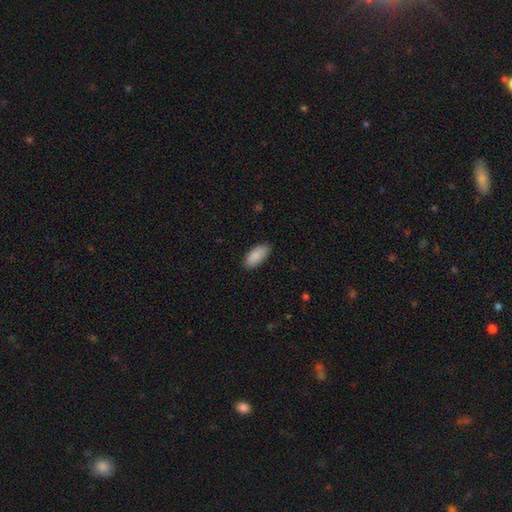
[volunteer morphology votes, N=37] Smooth or featured: smooth — 92% (featured or disk — 5%)
How rounded: in between — 97% (round — 3%)
Merging: none — 83% (minor disturbance — 8%)